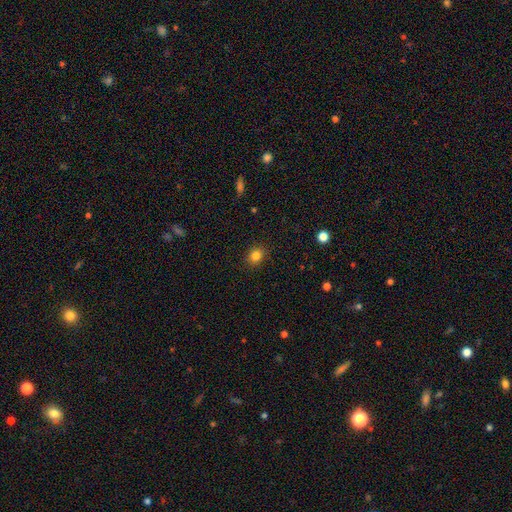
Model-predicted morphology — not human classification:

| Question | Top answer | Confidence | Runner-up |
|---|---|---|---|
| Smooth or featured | smooth | 83% | star or artifact (12%) |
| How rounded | round | 70% | in between (29%) |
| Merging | none | 89% | minor disturbance (8%) |